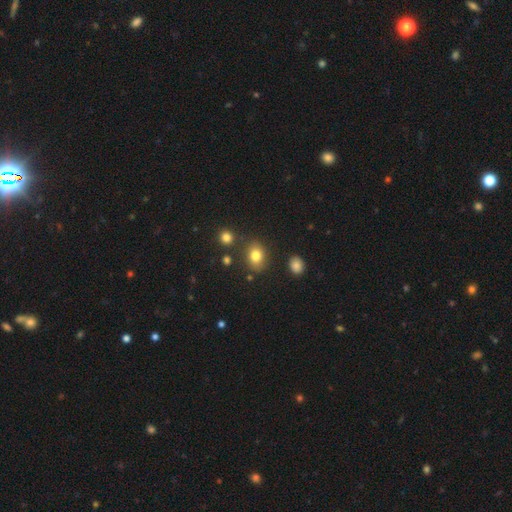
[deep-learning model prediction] smooth 80%, star or artifact 11%, featured or disk 9%. Down the decision tree: how rounded — in between (61%); merging — none (80%).